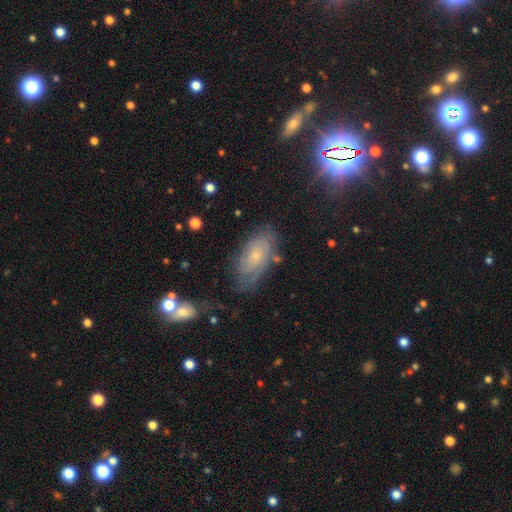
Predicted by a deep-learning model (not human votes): Overall: featured or disk (57%; smooth 31%). Edge-on disk: no (90%). Bar: no (80%). Spiral arms: yes (79%). Bulge size: small (76%). Merging: none (61%; minor disturbance 25%).